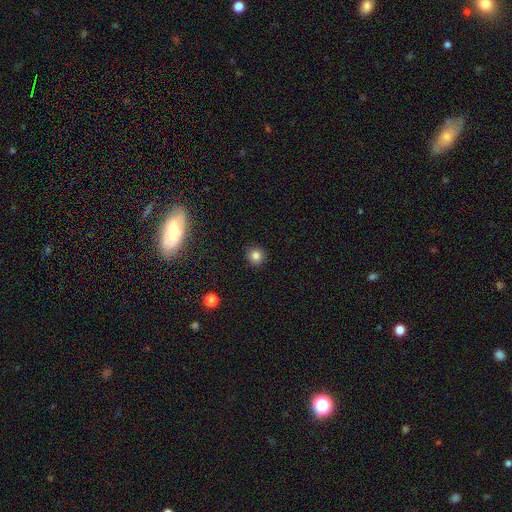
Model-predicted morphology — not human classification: type=smooth (82%); roundness=round (94%); merging=none (91%).